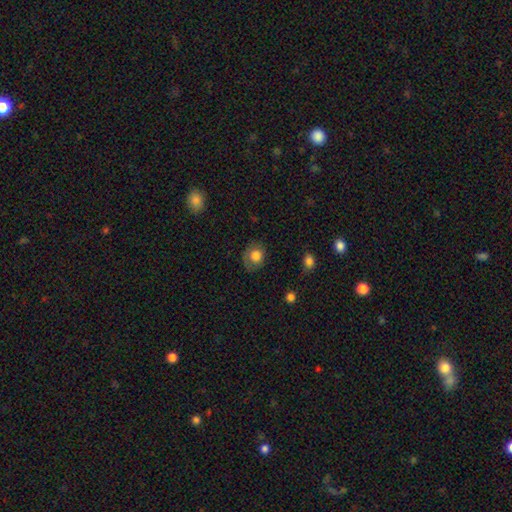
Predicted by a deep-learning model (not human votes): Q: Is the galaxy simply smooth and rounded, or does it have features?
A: smooth — 78%.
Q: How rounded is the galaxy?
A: round — 65%.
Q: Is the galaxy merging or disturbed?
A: none — 70%.